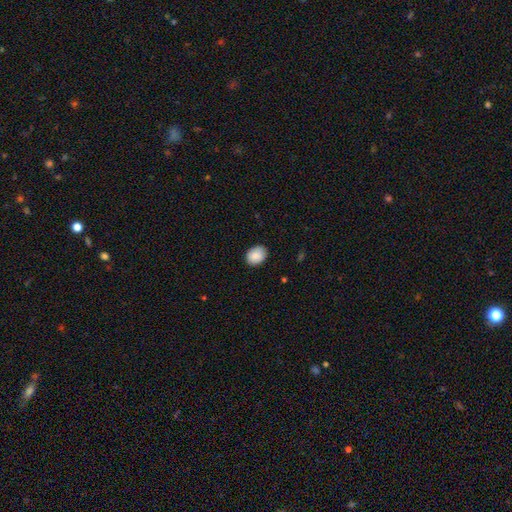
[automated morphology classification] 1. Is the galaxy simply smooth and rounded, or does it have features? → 89% smooth, 7% star or artifact, 4% featured or disk.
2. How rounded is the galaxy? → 53% in between, 47% round, 1% cigar-shaped.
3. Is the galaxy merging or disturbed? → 86% none, 11% minor disturbance, 2% major disturbance, 1% merger.